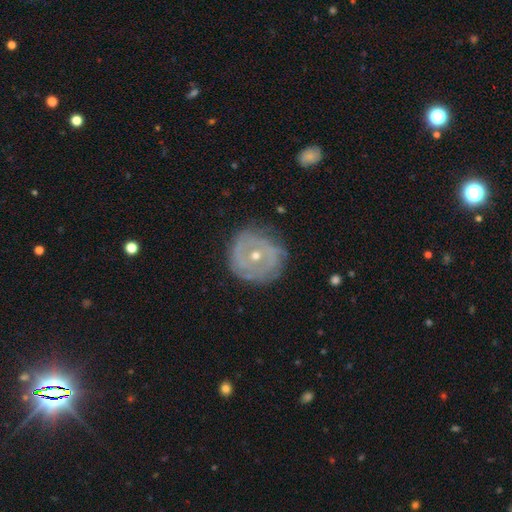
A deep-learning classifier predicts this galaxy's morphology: The model was most divided on "bulge size": small: 56%, moderate: 41%, large: 1%, none: 1%, dominant: 1%. Remaining: edge-on disk — no (96%); bar — no (75%); merging — none (75%); smooth or featured — featured or disk (73%); spiral winding — tight (73%); spiral arms — yes (72%); spiral arm count — can't tell (47%).